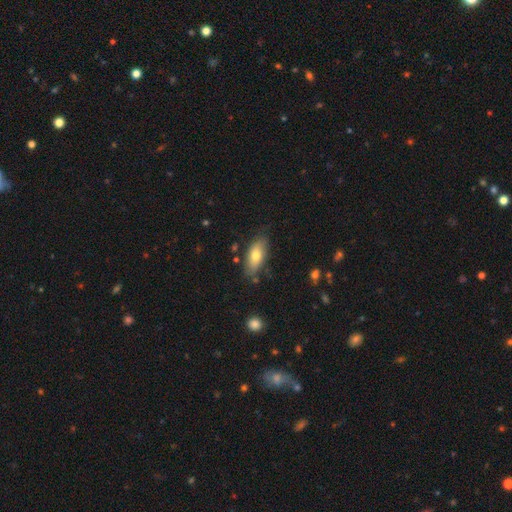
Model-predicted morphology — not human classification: Smooth or featured: smooth — 70% (featured or disk — 24%)
How rounded: in between — 81% (cigar-shaped — 16%)
Merging: none — 77% (minor disturbance — 17%)